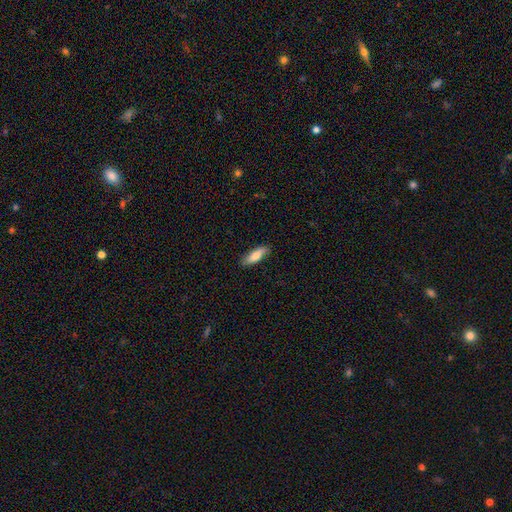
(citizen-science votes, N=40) A smooth galaxy with no disk features (78%) that is in between round and cigar-shaped (65%).

Vote fractions:
- Smooth or featured? smooth: 78% / featured or disk: 20% / star or artifact: 2%
- How rounded? in between: 65% / cigar-shaped: 29% / round: 6%
- Merging? none: 79% / minor disturbance: 15% / major disturbance: 3% / merger: 3%